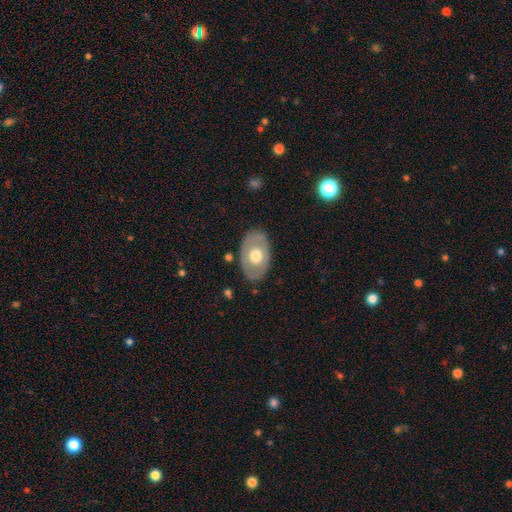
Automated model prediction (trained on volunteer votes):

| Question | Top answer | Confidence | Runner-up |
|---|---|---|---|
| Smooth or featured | smooth | 52% | featured or disk (43%) |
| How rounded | in between | 86% | round (13%) |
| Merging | none | 82% | minor disturbance (12%) |